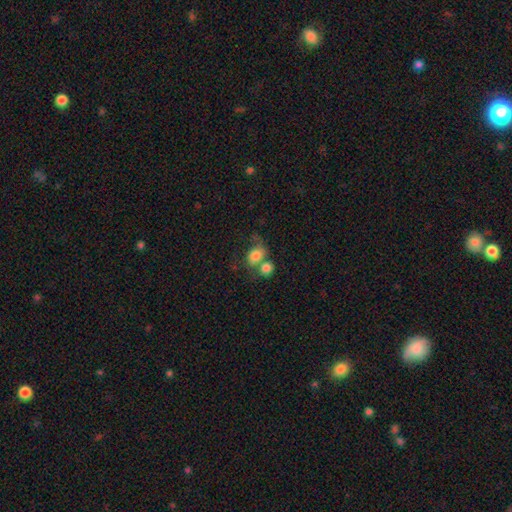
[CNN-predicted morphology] smooth 77%, featured or disk 14%, star or artifact 9%. Down the decision tree: how rounded — in between (55%); merging — merger (49%).